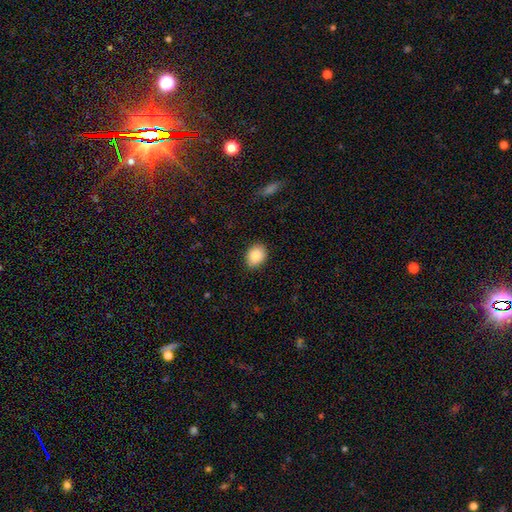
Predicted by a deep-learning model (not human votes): A smooth galaxy with no disk features (87%) that is in between round and cigar-shaped (55%). Merging: none (88%).